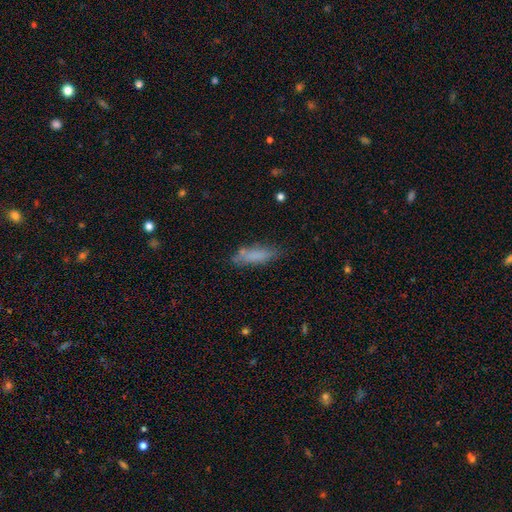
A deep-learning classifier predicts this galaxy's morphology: Smooth or featured: smooth — 75% (featured or disk — 16%)
How rounded: cigar-shaped — 55% (in between — 44%)
Merging: none — 65% (minor disturbance — 22%)